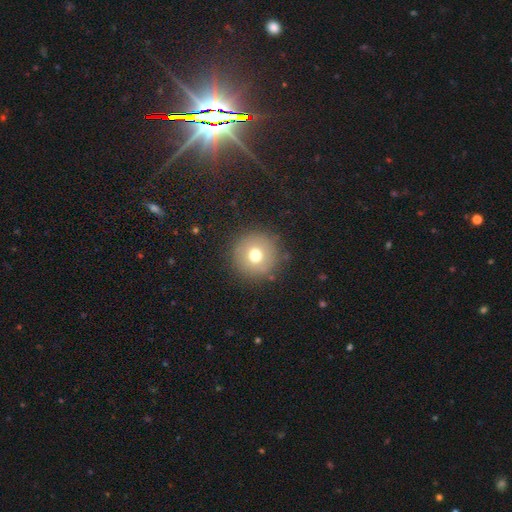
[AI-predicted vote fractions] smooth_or_featured: smooth (p=0.43) [alt: star or artifact p=0.34]
merging: none (p=0.88) [alt: minor disturbance p=0.07]